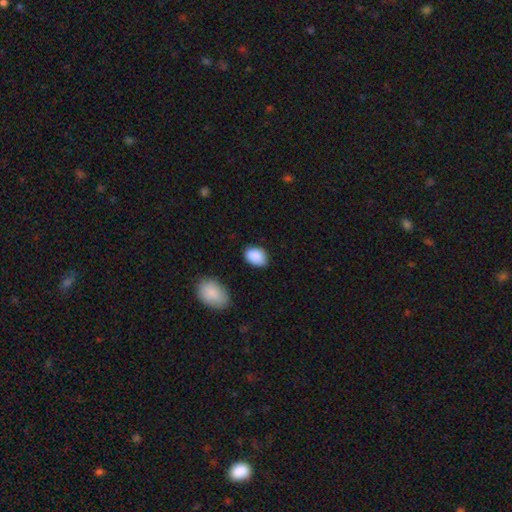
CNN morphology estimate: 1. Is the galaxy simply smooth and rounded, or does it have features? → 89% smooth, 7% star or artifact, 4% featured or disk.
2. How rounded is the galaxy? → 85% in between, 14% round, 1% cigar-shaped.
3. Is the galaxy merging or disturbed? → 75% none, 19% minor disturbance, 3% major disturbance, 3% merger.